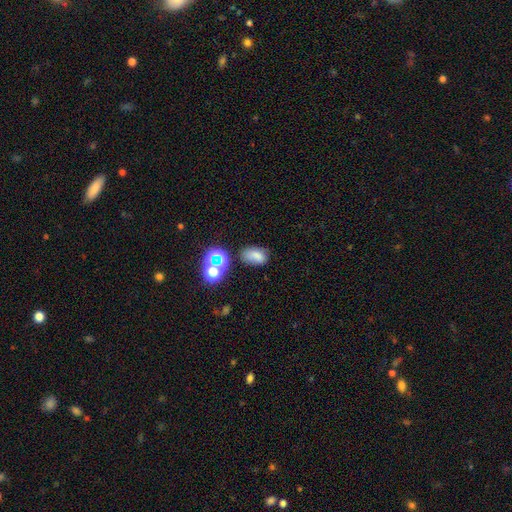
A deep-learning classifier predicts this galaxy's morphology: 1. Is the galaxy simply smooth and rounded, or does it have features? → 70% smooth, 19% star or artifact, 11% featured or disk.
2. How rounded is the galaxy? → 84% in between, 14% round, 2% cigar-shaped.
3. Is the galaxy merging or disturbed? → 63% none, 20% minor disturbance, 10% merger, 7% major disturbance.